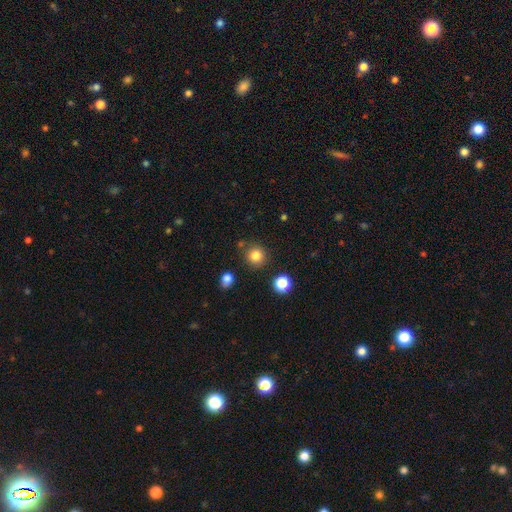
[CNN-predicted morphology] Overall: smooth (83%). How rounded: round (92%). Merging: none (84%).